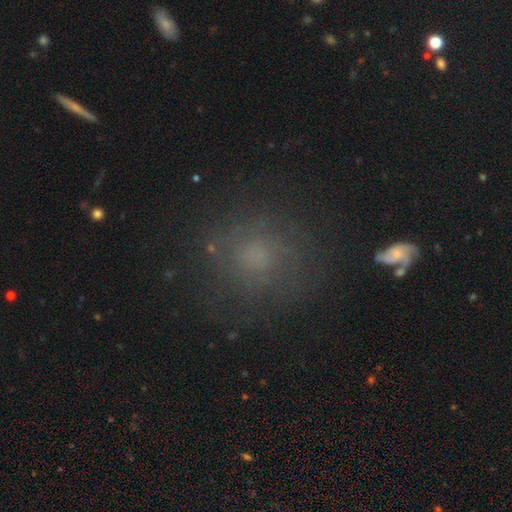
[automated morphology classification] Smooth or featured?
  - smooth: 57% *
  - star or artifact: 22%
  - featured or disk: 20%
How rounded?
  - round: 84% *
  - in between: 15%
  - cigar-shaped: 1%
Merging?
  - none: 77% *
  - minor disturbance: 13%
  - major disturbance: 7%
  - merger: 2%